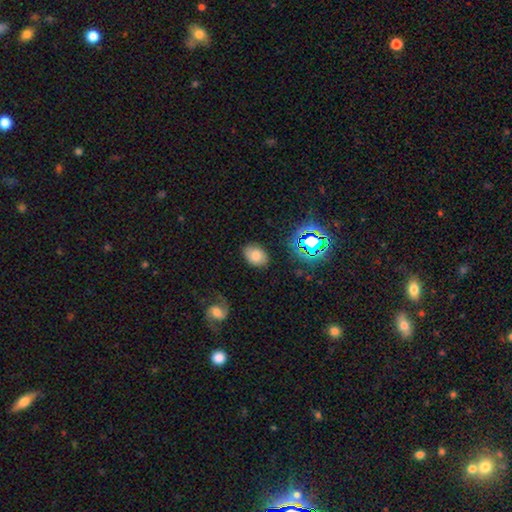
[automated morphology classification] Smooth or featured: smooth — 73% (star or artifact — 14%)
How rounded: in between — 77% (round — 22%)
Merging: none — 79% (minor disturbance — 15%)